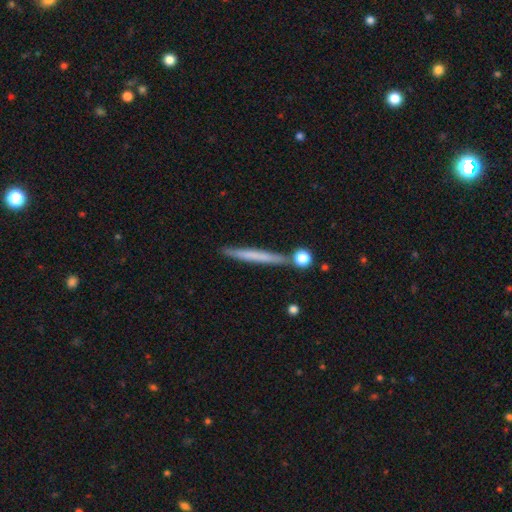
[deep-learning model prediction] smooth_or_featured: smooth (p=0.56) [alt: featured or disk p=0.38]
how_rounded: cigar-shaped (p=0.96) [alt: in between p=0.02]
merging: none (p=0.81) [alt: minor disturbance p=0.10]